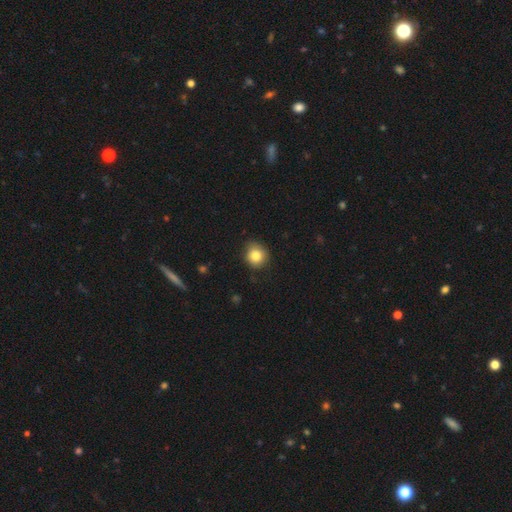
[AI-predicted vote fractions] Smooth or featured?
  - smooth: 83% *
  - star or artifact: 10%
  - featured or disk: 7%
How rounded?
  - round: 86% *
  - in between: 13%
  - cigar-shaped: 1%
Merging?
  - none: 80% *
  - minor disturbance: 16%
  - major disturbance: 3%
  - merger: 1%